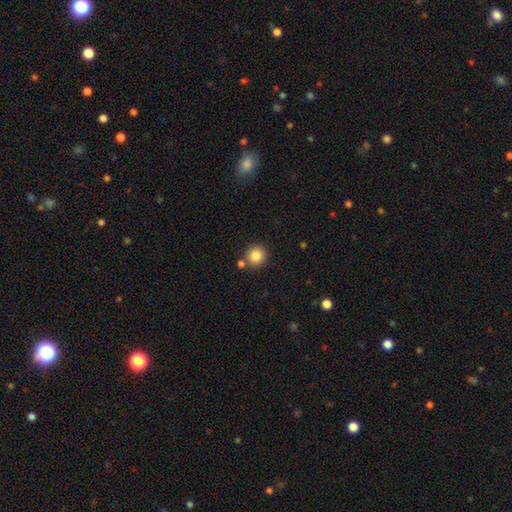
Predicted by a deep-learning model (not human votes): smooth-or-featured: smooth: 85% | star or artifact: 10% | featured or disk: 5%
  how-rounded: round: 92% | in between: 7% | cigar-shaped: 1%
  merging: none: 79% | merger: 11% | minor disturbance: 8% | major disturbance: 2%